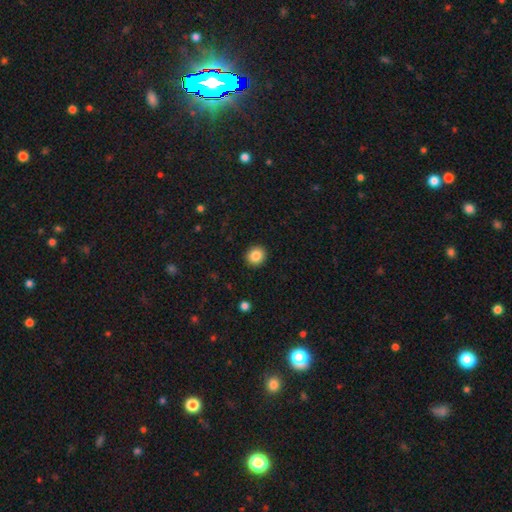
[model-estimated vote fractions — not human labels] Smooth or featured? smooth (85%)
How rounded? round (83%)
Merging? none (92%)